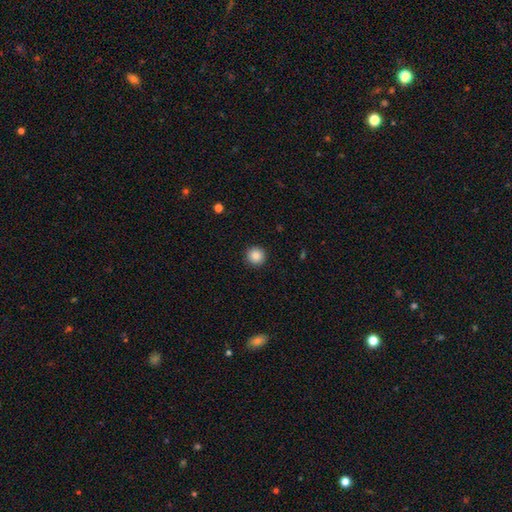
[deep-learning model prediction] smooth_or_featured: smooth (p=0.86) [alt: star or artifact p=0.10]
how_rounded: round (p=0.96) [alt: in between p=0.04]
merging: none (p=0.93) [alt: minor disturbance p=0.05]